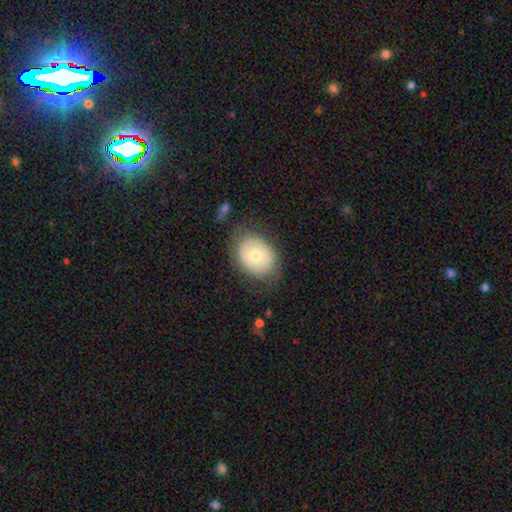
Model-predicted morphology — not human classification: Q: Smooth or featured?
A: smooth (56%); runner-up: featured or disk (38%)
Q: How rounded?
A: in between (53%); runner-up: round (46%)
Q: Merging?
A: none (71%); runner-up: minor disturbance (18%)